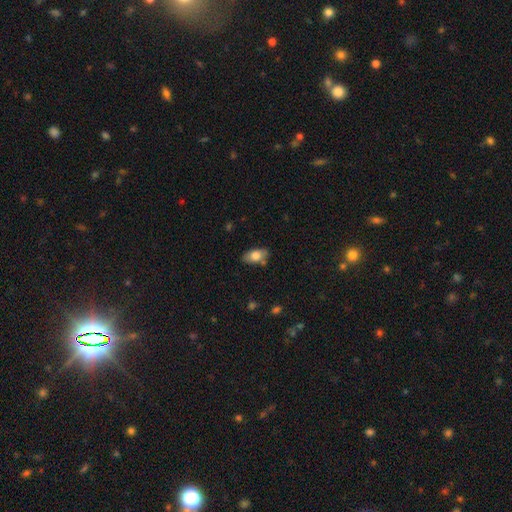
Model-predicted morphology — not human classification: Smooth or featured?
  - smooth: 77% *
  - featured or disk: 16%
  - star or artifact: 7%
How rounded?
  - in between: 91% *
  - round: 5%
  - cigar-shaped: 3%
Merging?
  - none: 79% *
  - minor disturbance: 15%
  - merger: 4%
  - major disturbance: 3%